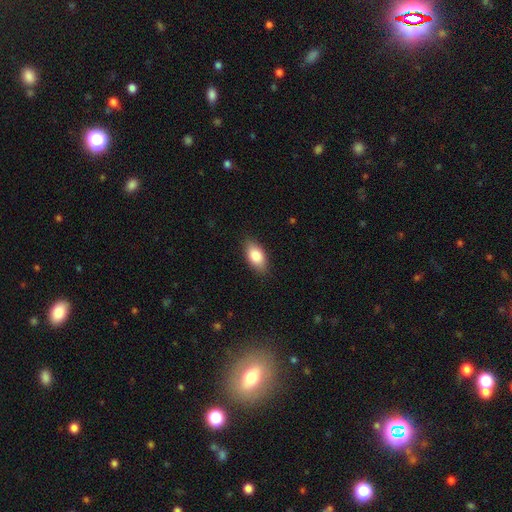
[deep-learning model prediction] Q: Smooth or featured?
A: smooth (85%); runner-up: featured or disk (9%)
Q: How rounded?
A: in between (91%); runner-up: cigar-shaped (5%)
Q: Merging?
A: none (85%); runner-up: minor disturbance (11%)